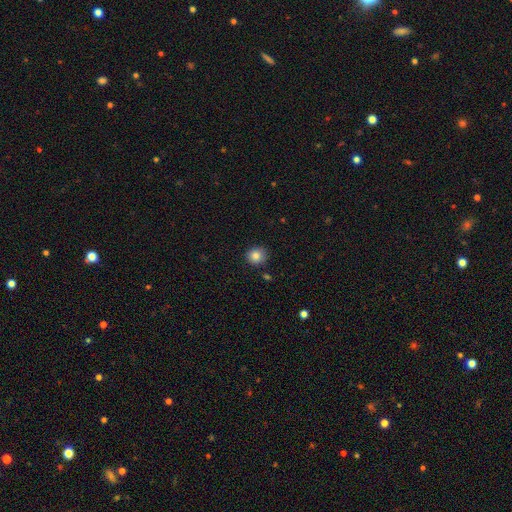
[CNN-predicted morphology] A smooth galaxy with no disk features (84%) that is round (89%).

Vote fractions:
- Smooth or featured? smooth: 84% / star or artifact: 10% / featured or disk: 5%
- How rounded? round: 89% / in between: 10% / cigar-shaped: 1%
- Merging? none: 88% / minor disturbance: 8% / merger: 2% / major disturbance: 2%